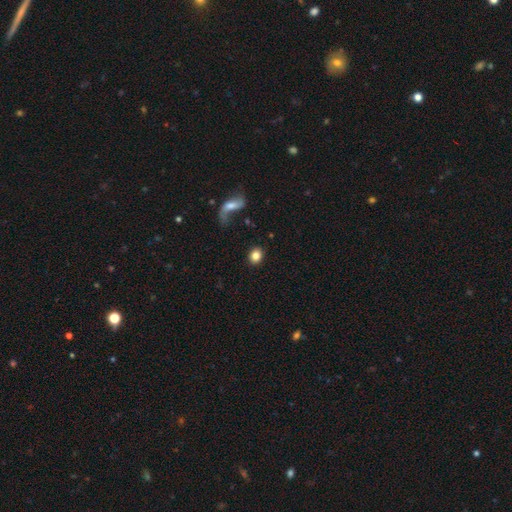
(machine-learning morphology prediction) A smooth galaxy with no disk features (84%) that is round (61%). Merging: none (87%).